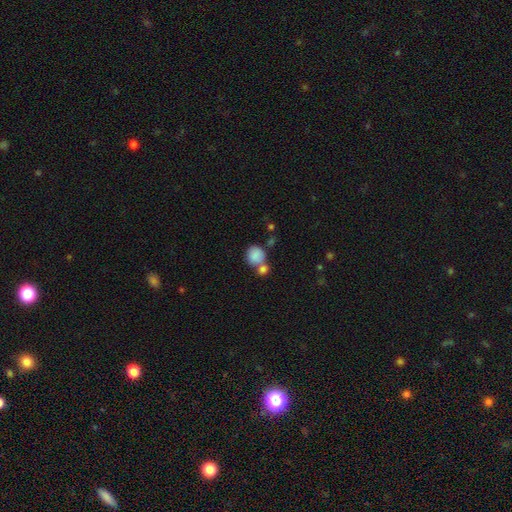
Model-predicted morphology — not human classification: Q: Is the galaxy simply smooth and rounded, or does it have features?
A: smooth — 84%.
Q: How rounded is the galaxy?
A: round — 74%.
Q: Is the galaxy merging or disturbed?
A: merger — 44%.